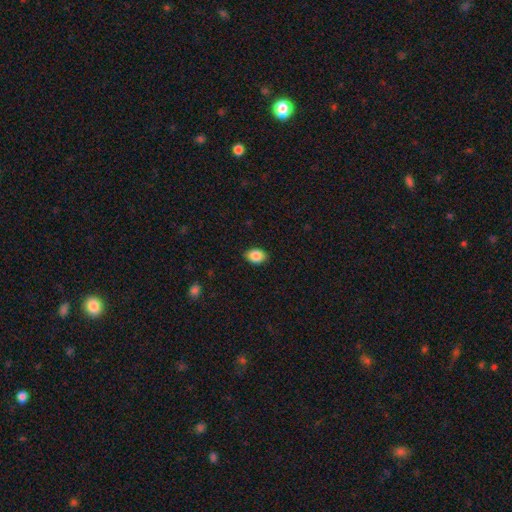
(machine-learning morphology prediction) This appears to be a smooth galaxy with no disk features (88%) that is in between round and cigar-shaped (79%). Merging: none (86%).